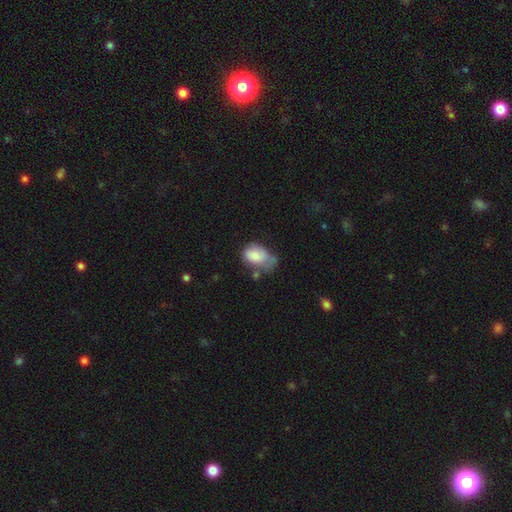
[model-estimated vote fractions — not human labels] smooth 77%, featured or disk 15%, star or artifact 7%. Down the decision tree: how rounded — in between (83%); merging — minor disturbance (39%).